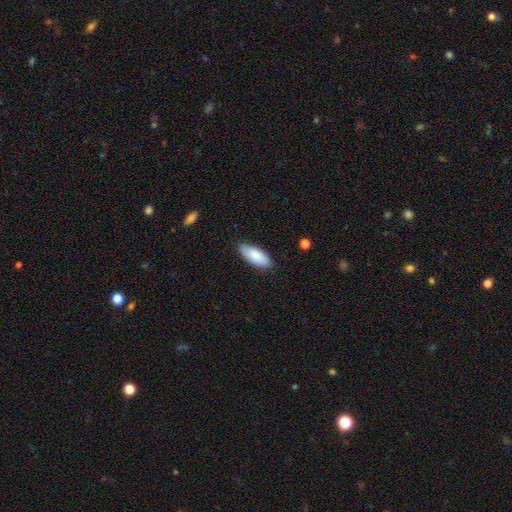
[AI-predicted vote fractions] Q: Smooth or featured?
A: smooth (85%); runner-up: featured or disk (9%)
Q: How rounded?
A: in between (84%); runner-up: cigar-shaped (14%)
Q: Merging?
A: none (84%); runner-up: minor disturbance (13%)